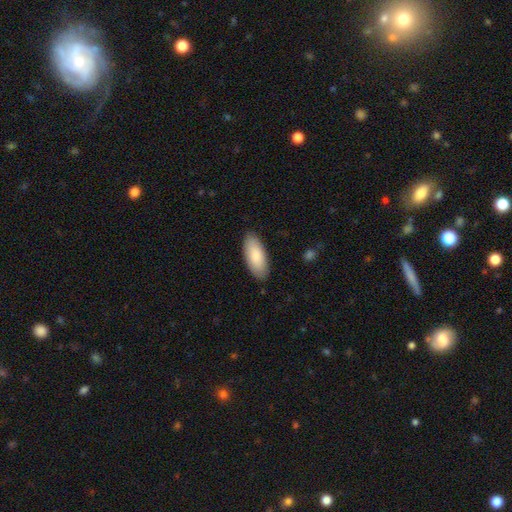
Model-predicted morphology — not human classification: This appears to be a smooth galaxy with no disk features (86%) that is in between round and cigar-shaped (86%). Merging: none (87%).